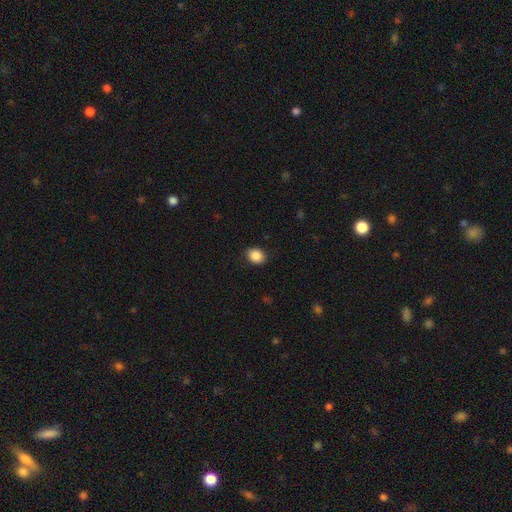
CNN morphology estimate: The model was most divided on "how rounded": round: 50%, in between: 49%, cigar-shaped: 1%. More confident: merging — none (89%); smooth or featured — smooth (88%).